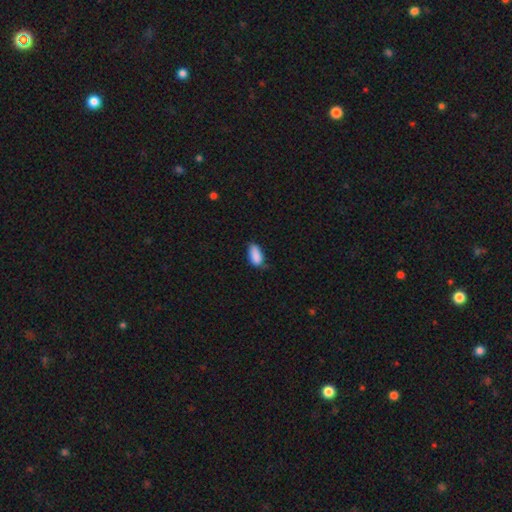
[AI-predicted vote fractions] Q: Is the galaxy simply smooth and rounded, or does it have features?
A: smooth — 88%.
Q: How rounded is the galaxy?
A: in between — 92%.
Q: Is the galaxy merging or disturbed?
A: none — 59%.